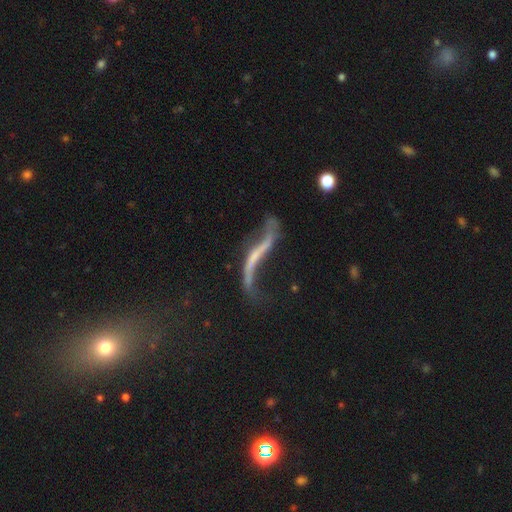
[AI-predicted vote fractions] Morphology: type=featured or disk (80%); edge-on=no (76%); bar=strong (39%); spiral arms=yes (79%); bulge=none (55%); merging=none (42%).